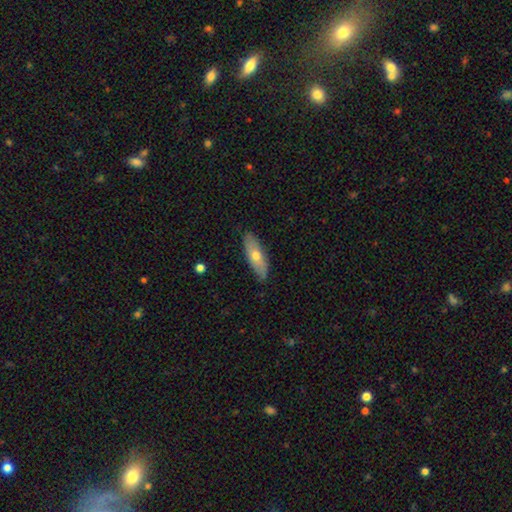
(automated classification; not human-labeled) A smooth galaxy with no disk features (61%) that is in between round and cigar-shaped (60%).

Vote fractions:
- Smooth or featured? smooth: 61% / featured or disk: 33% / star or artifact: 6%
- How rounded? in between: 60% / cigar-shaped: 38% / round: 3%
- Merging? none: 84% / minor disturbance: 13% / major disturbance: 2% / merger: 1%